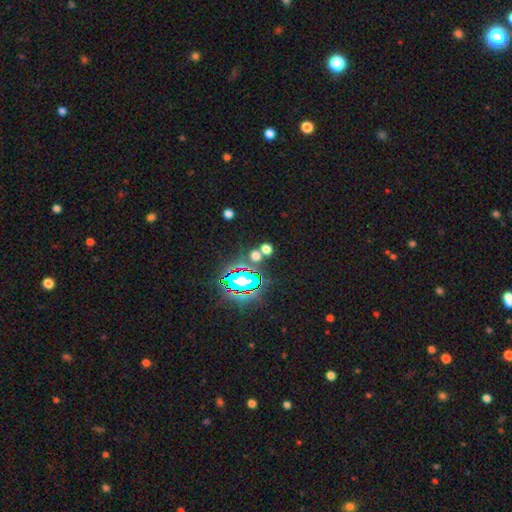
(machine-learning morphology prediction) Smooth or featured? Predicted: smooth (p=0.48). Merging? Predicted: none (p=0.72).